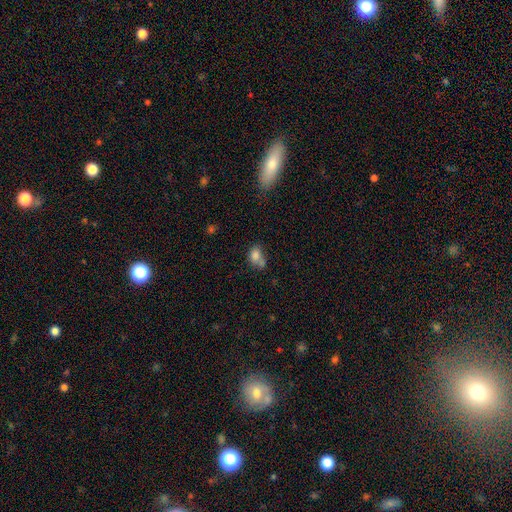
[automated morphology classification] This appears to be a smooth galaxy with no disk features (78%) that is in between round and cigar-shaped (64%). Merging: merger (40%).